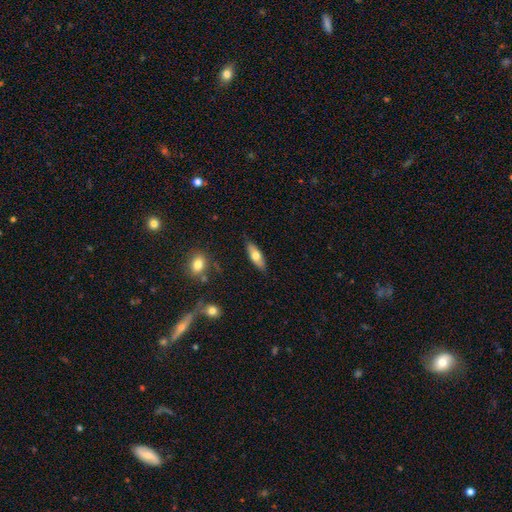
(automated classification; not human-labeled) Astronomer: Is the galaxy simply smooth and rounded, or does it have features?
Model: smooth — 64%.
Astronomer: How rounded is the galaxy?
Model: in between — 60% (runner-up: cigar-shaped, 37%).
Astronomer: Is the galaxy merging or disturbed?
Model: none — 84%.